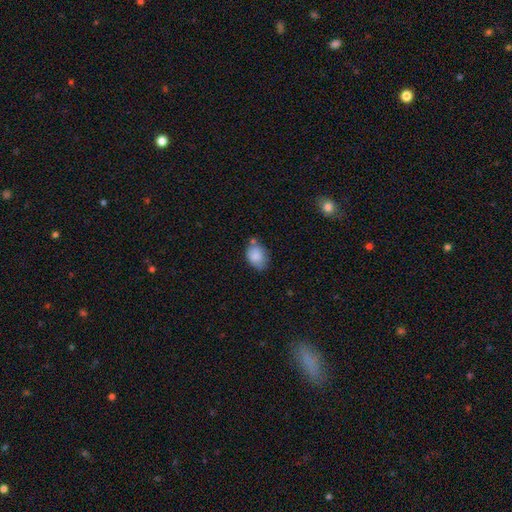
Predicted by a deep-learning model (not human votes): A smooth galaxy with no disk features (84%) that is in between round and cigar-shaped (73%). Merging: none (53%).